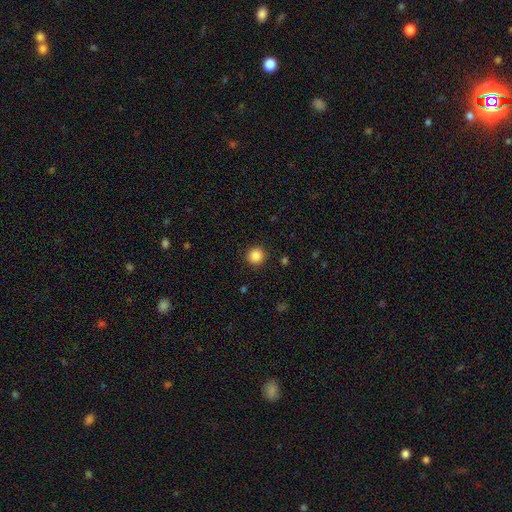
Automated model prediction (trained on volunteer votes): Smooth or featured: smooth — 86% (star or artifact — 10%)
How rounded: round — 93% (in between — 6%)
Merging: none — 91% (minor disturbance — 6%)